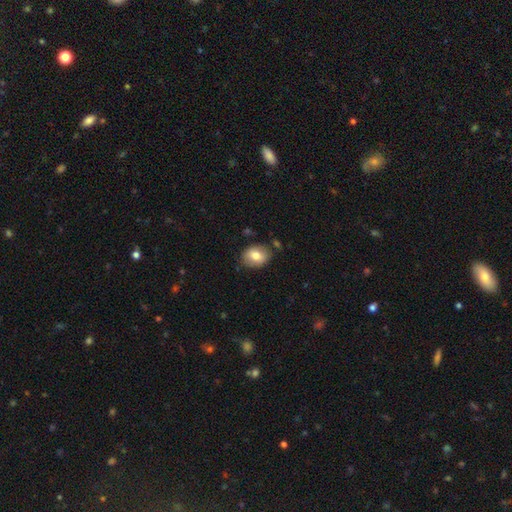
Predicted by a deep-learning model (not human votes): smooth-or-featured: smooth: 75% | featured or disk: 17% | star or artifact: 8%
  how-rounded: in between: 56% | round: 43% | cigar-shaped: 1%
  merging: none: 81% | minor disturbance: 13% | merger: 3% | major disturbance: 3%